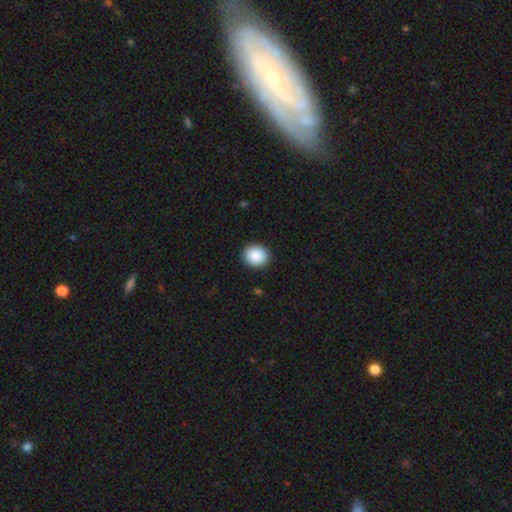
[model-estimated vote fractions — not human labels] smooth 89%, star or artifact 7%, featured or disk 3%. Down the decision tree: how rounded — round (74%); merging — none (91%).